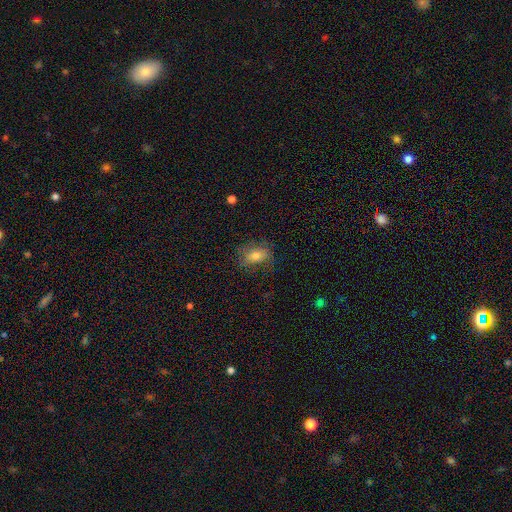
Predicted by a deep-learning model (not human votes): The model was most divided on "merging": none: 67%, minor disturbance: 22%, major disturbance: 10%, merger: 1%. More confident: how rounded — in between (76%); smooth or featured — smooth (68%).